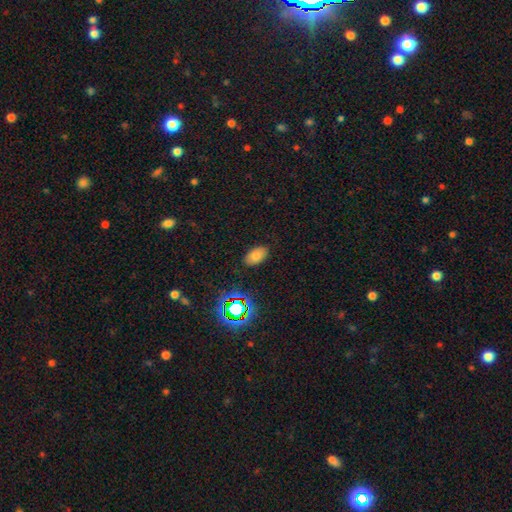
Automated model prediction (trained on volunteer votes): Morphology: type=smooth (74%); roundness=in between (92%); merging=none (86%).